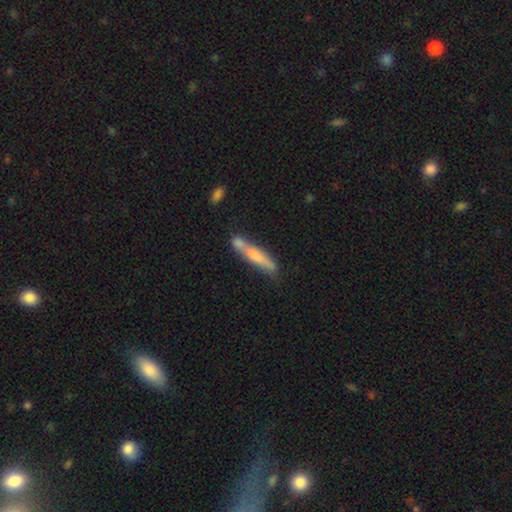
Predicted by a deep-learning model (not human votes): Q: Smooth or featured?
A: smooth (61%); runner-up: featured or disk (33%)
Q: How rounded?
A: cigar-shaped (90%); runner-up: in between (9%)
Q: Merging?
A: none (56%); runner-up: minor disturbance (20%)